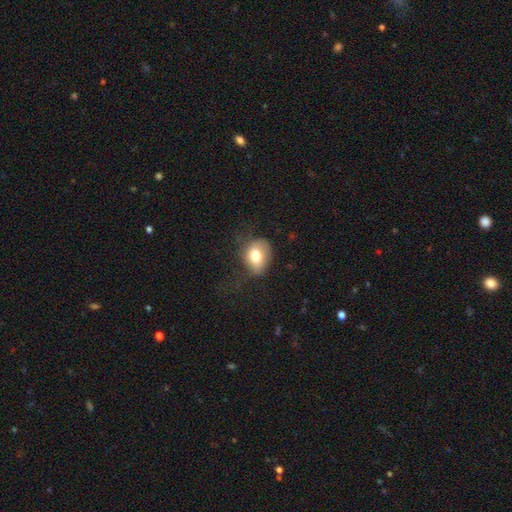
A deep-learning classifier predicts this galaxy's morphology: The model was most divided on "how rounded": in between: 58%, round: 41%, cigar-shaped: 1%. More confident: smooth or featured — smooth (75%); merging — none (56%).